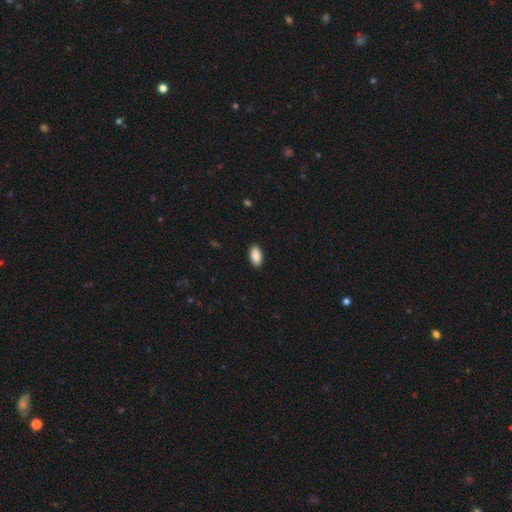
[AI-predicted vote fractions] Q: Smooth or featured?
A: smooth (90%); runner-up: star or artifact (7%)
Q: How rounded?
A: in between (94%); runner-up: cigar-shaped (4%)
Q: Merging?
A: none (90%); runner-up: minor disturbance (7%)